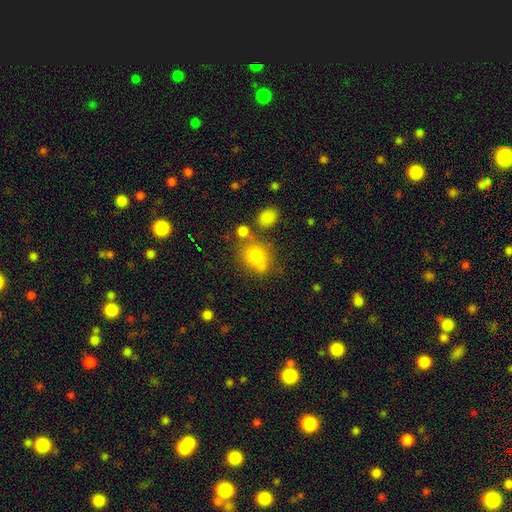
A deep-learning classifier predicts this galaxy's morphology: type=smooth (76%); roundness=round (59%); merging=none (51%).